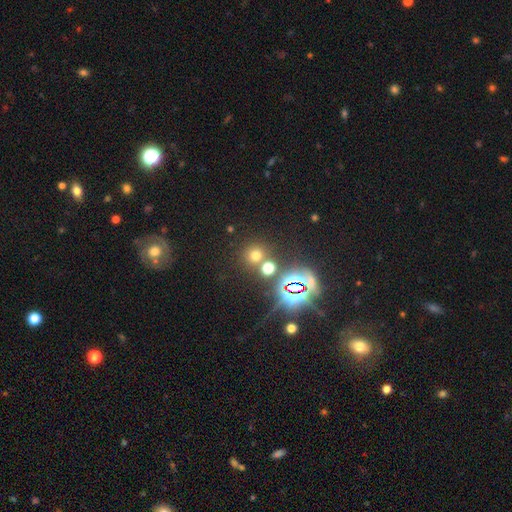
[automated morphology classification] Overall: smooth (56%; star or artifact 36%). How rounded: round (90%). Merging: none (73%).